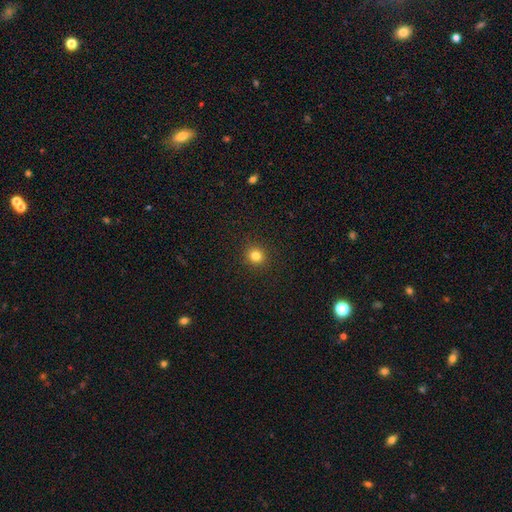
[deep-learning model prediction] This is clearly a smooth galaxy (82%). How rounded: clearly round (88%). Merging: clearly none (91%).